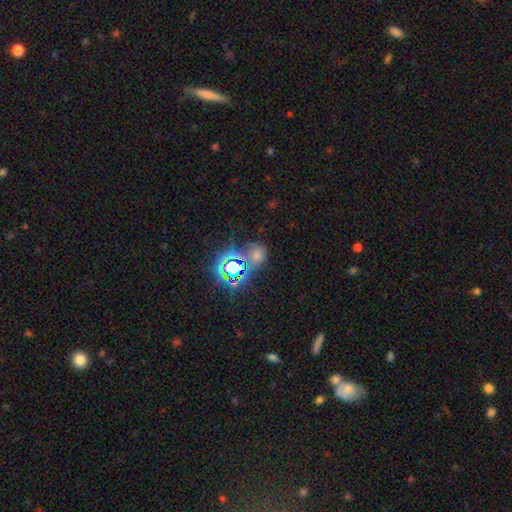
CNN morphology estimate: smooth_or_featured: star or artifact (p=0.56) [alt: smooth p=0.35]